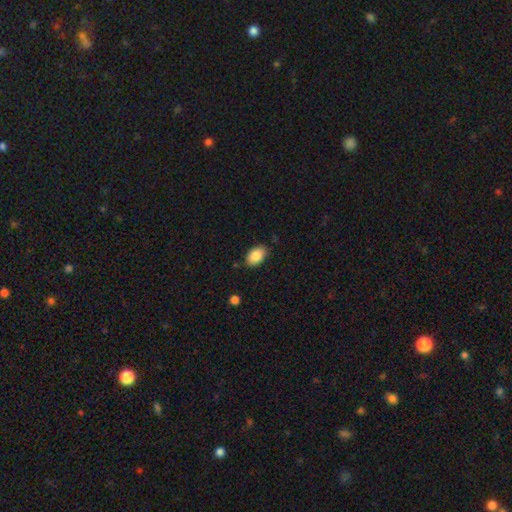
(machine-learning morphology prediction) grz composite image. It shows a smooth galaxy with no disk features (86%) that is in between round and cigar-shaped (89%). Merging: none (84%).